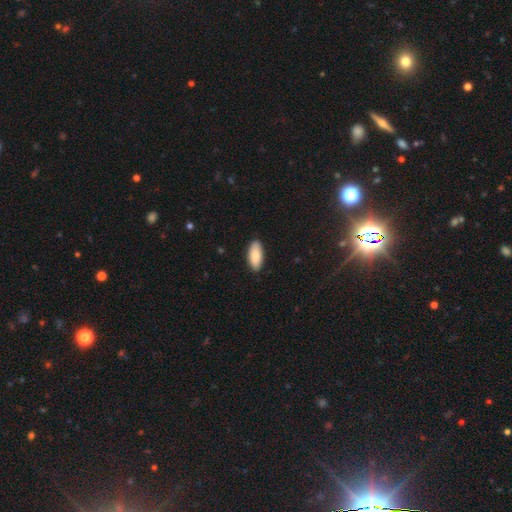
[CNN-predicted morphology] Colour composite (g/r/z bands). It shows a smooth galaxy with no disk features (87%) that is in between round and cigar-shaped (86%). Merging: none (88%).